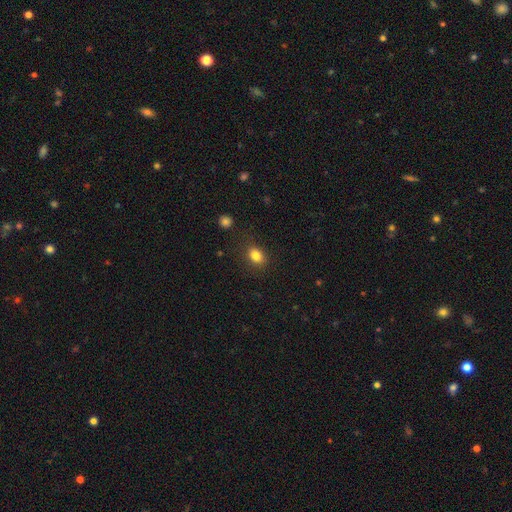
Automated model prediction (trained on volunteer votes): Overall: smooth (83%). How rounded: in between (62%; round 37%). Merging: none (83%).